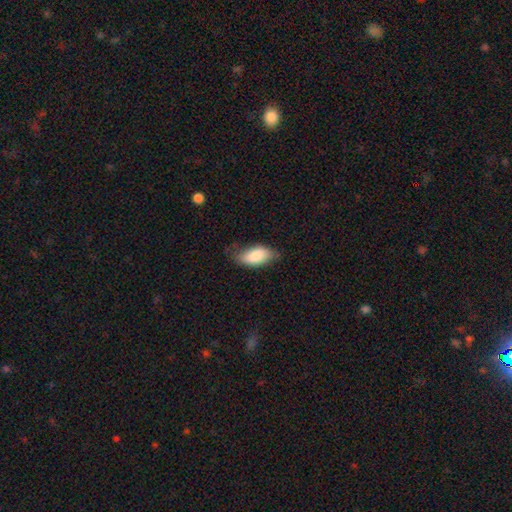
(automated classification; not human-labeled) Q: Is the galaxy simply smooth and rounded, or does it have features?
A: smooth — 83%.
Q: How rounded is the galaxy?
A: in between — 91%.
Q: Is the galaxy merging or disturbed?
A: none — 62%.